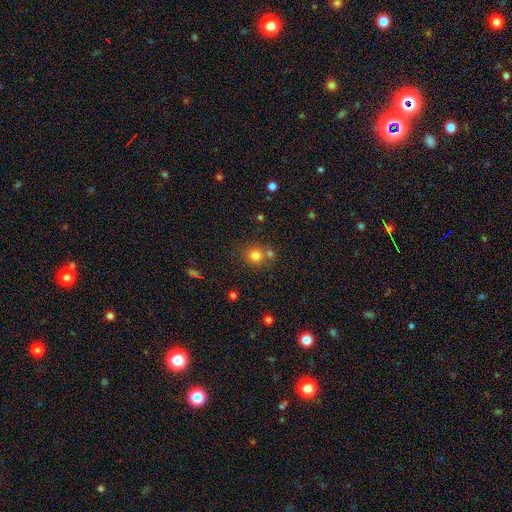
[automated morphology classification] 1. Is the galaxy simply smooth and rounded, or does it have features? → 78% smooth, 15% star or artifact, 8% featured or disk.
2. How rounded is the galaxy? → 87% round, 12% in between, 1% cigar-shaped.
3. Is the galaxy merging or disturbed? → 64% none, 24% merger, 9% minor disturbance, 3% major disturbance.